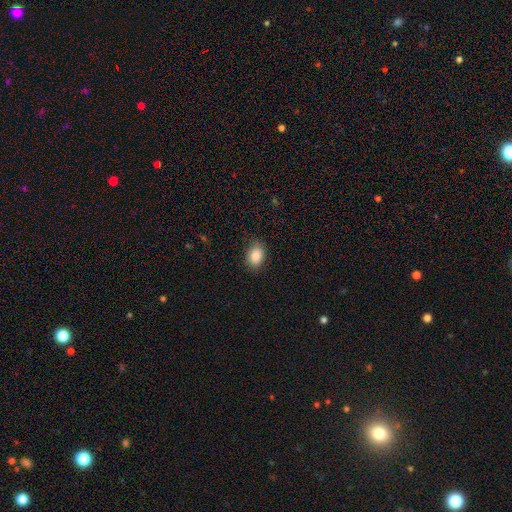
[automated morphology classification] A smooth galaxy with no disk features (85%) that is in between round and cigar-shaped (77%).

Vote fractions:
- Smooth or featured? smooth: 85% / star or artifact: 8% / featured or disk: 7%
- How rounded? in between: 77% / round: 22% / cigar-shaped: 1%
- Merging? none: 85% / minor disturbance: 12% / major disturbance: 3% / merger: 1%